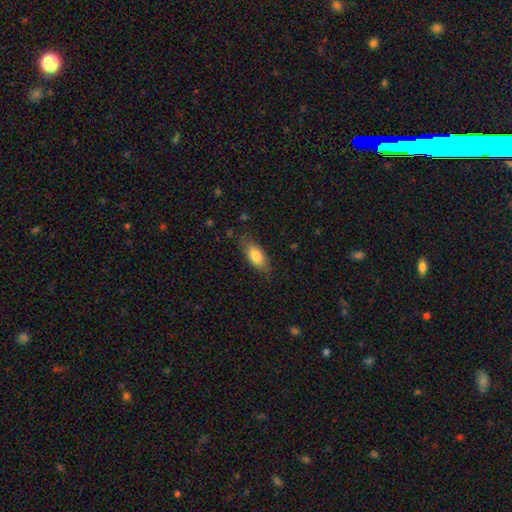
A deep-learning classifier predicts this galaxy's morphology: Overall: smooth (80%). How rounded: in between (85%). Merging: none (76%).